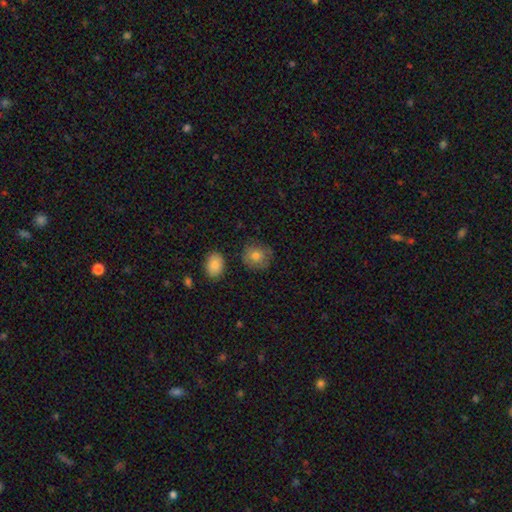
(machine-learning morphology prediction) The model was most divided on "merging": none: 78%, minor disturbance: 15%, major disturbance: 4%, merger: 3%. More confident: how rounded — round (82%); smooth or featured — smooth (78%).